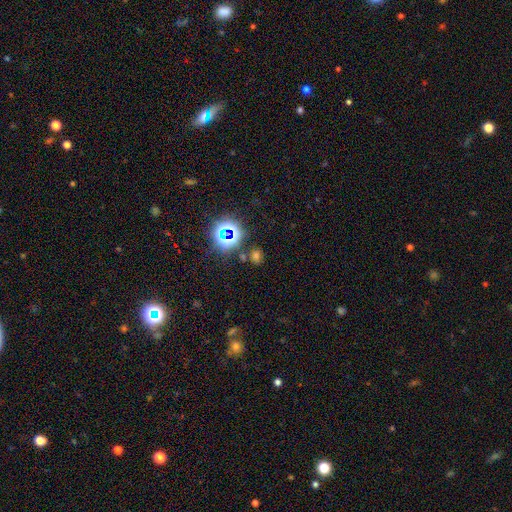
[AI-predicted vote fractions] Q: Smooth or featured?
A: star or artifact (49%); runner-up: smooth (44%)